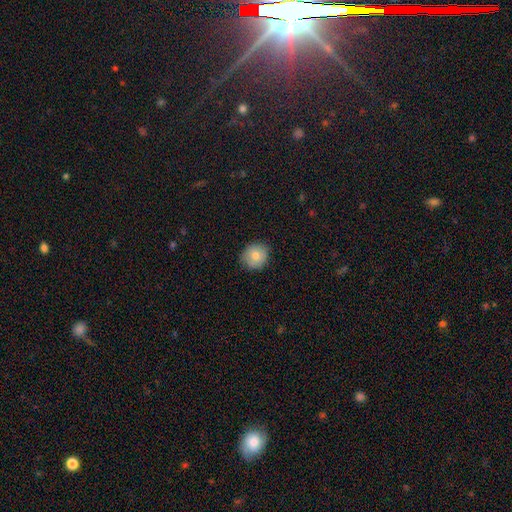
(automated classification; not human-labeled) smooth_or_featured: smooth (p=0.79) [alt: featured or disk p=0.13]
how_rounded: round (p=0.84) [alt: in between p=0.15]
merging: none (p=0.85) [alt: minor disturbance p=0.12]